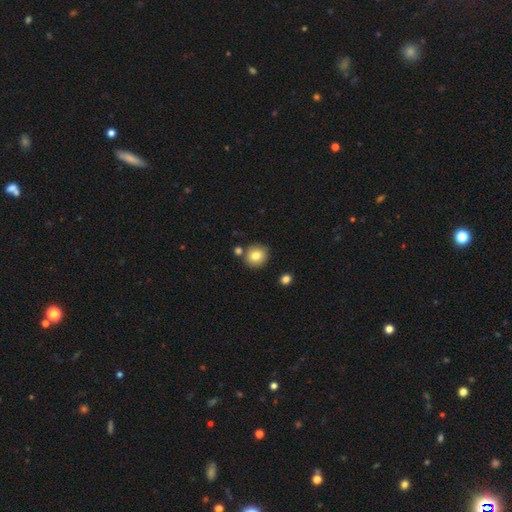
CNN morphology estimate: Q: Smooth or featured?
A: smooth (82%); runner-up: star or artifact (9%)
Q: How rounded?
A: round (88%); runner-up: in between (11%)
Q: Merging?
A: none (78%); runner-up: merger (10%)